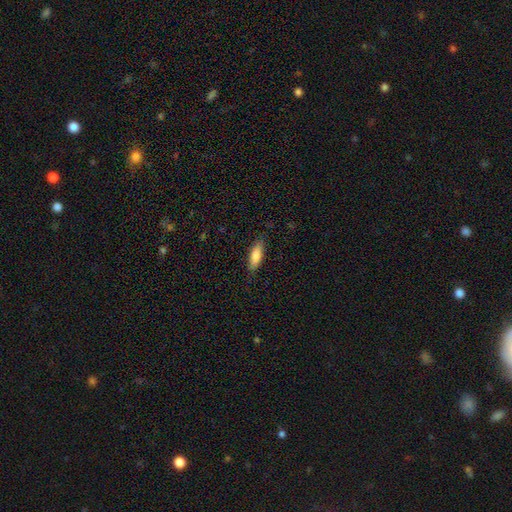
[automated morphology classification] Smooth or featured?
  - smooth: 79% *
  - featured or disk: 15%
  - star or artifact: 6%
How rounded?
  - in between: 54% *
  - cigar-shaped: 45%
  - round: 2%
Merging?
  - none: 81% *
  - minor disturbance: 15%
  - major disturbance: 3%
  - merger: 1%